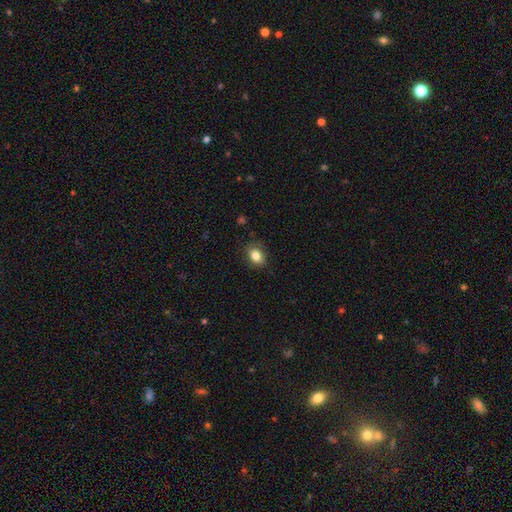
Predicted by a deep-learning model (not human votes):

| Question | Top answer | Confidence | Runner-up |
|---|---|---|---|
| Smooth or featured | smooth | 84% | star or artifact (9%) |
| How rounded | in between | 67% | round (32%) |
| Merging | none | 83% | minor disturbance (13%) |